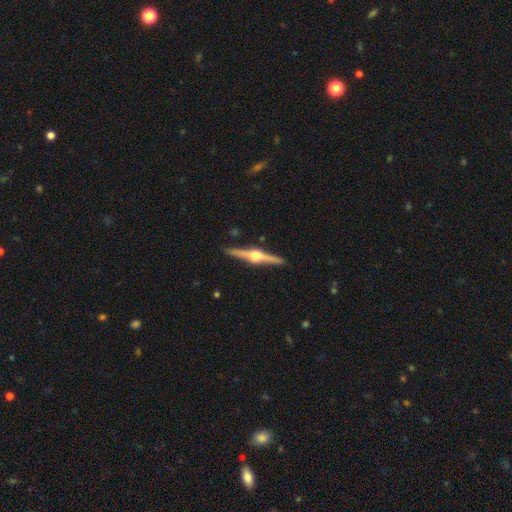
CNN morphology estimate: This is clearly a featured or disk galaxy (86%). It is clearly viewed edge-on (98%). Edge-on bulge: clearly rounded (96%). Merging: clearly none (92%).